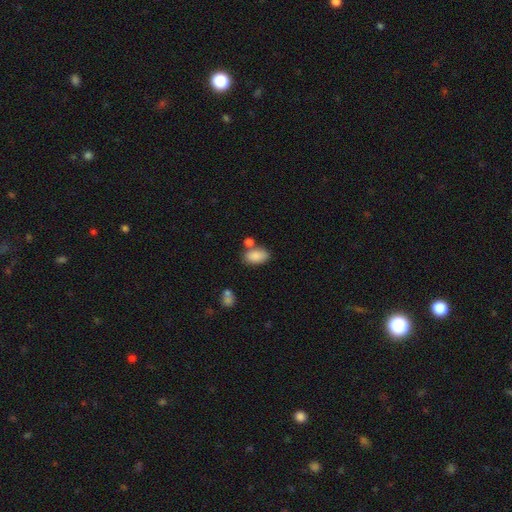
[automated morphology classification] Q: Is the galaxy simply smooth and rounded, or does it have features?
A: smooth — 86%.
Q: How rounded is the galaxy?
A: in between — 92%.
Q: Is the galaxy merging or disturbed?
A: none — 62%.